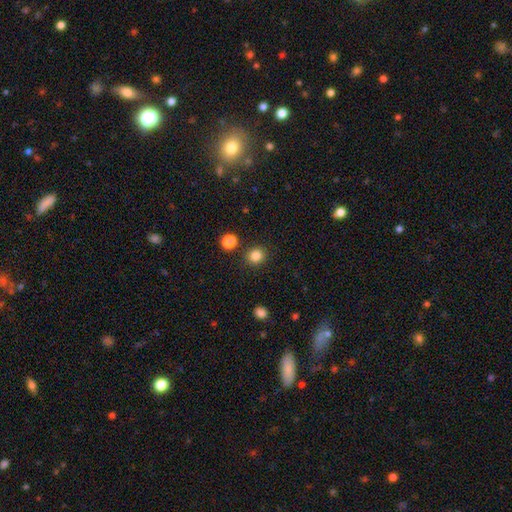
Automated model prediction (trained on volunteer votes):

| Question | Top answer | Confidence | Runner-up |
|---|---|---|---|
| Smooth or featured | smooth | 84% | star or artifact (12%) |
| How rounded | round | 88% | in between (11%) |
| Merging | none | 88% | minor disturbance (6%) |